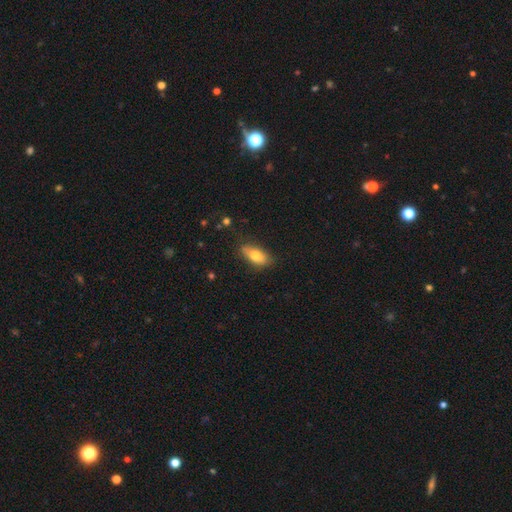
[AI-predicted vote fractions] The model was most divided on "smooth or featured": smooth: 76%, featured or disk: 17%, star or artifact: 7%. More confident: how rounded — in between (82%); merging — none (79%).